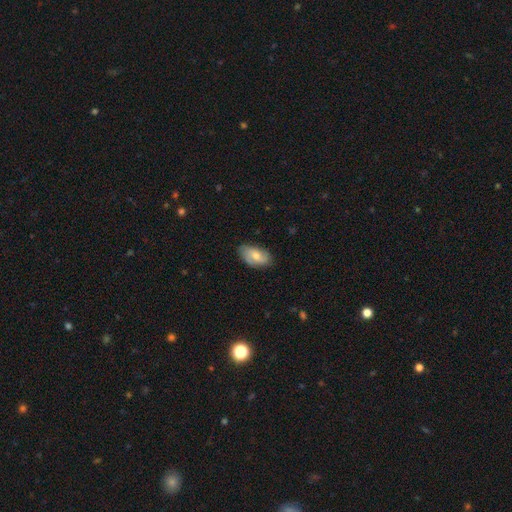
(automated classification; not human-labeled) Overall: smooth (57%; featured or disk 36%). How rounded: in between (92%). Merging: none (76%).